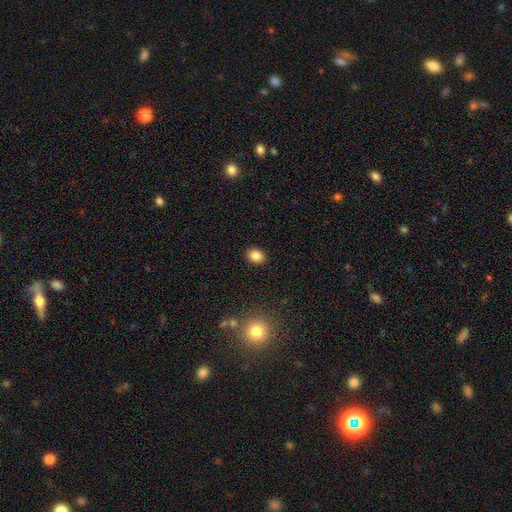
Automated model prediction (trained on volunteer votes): smooth 85%, star or artifact 10%, featured or disk 5%. Down the decision tree: how rounded — in between (50%); merging — none (90%).